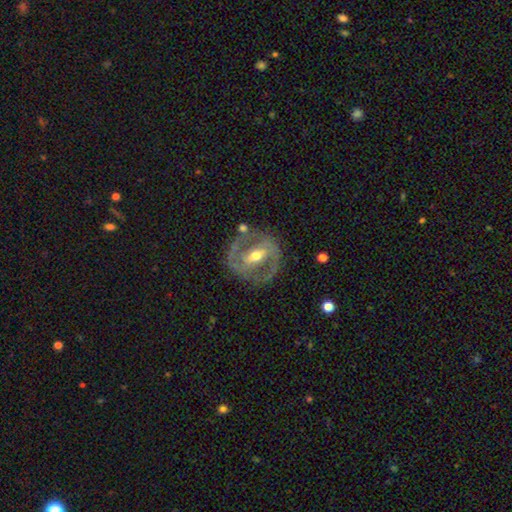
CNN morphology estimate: smooth_or_featured: featured or disk (p=0.83) [alt: smooth p=0.12]
disk_edge_on: no (p=0.95) [alt: yes p=0.05]
bar: strong (p=0.47) [alt: weak p=0.38]
has_spiral_arms: yes (p=0.79) [alt: no p=0.21]
spiral_winding: medium (p=0.46) [alt: tight p=0.37]
spiral_arm_count: 2 (p=0.79) [alt: can't tell p=0.10]
bulge_size: moderate (p=0.70) [alt: small p=0.24]
merging: none (p=0.73) [alt: minor disturbance p=0.16]